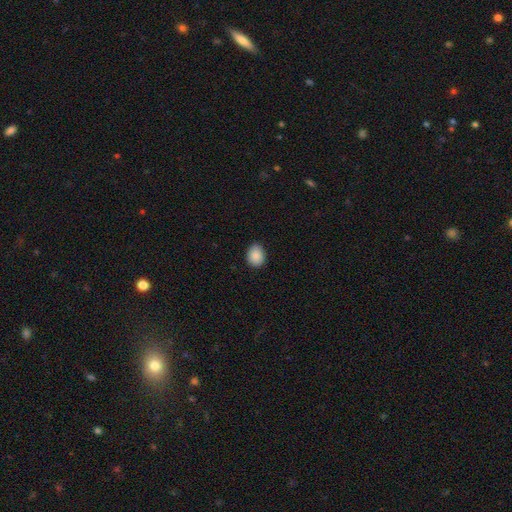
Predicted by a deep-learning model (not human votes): smooth 89%, star or artifact 8%, featured or disk 3%. Down the decision tree: how rounded — in between (52%); merging — none (85%).